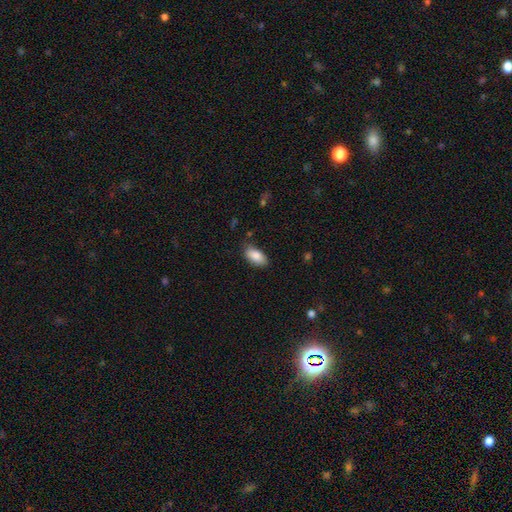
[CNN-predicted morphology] This appears to be a smooth galaxy with no disk features (87%) that is in between round and cigar-shaped (92%). Merging: none (78%).